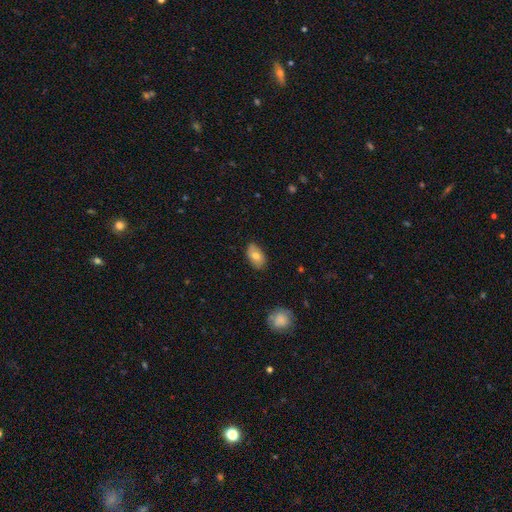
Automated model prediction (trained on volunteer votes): A smooth galaxy with no disk features (75%) that is in between round and cigar-shaped (91%). Merging: none (80%).